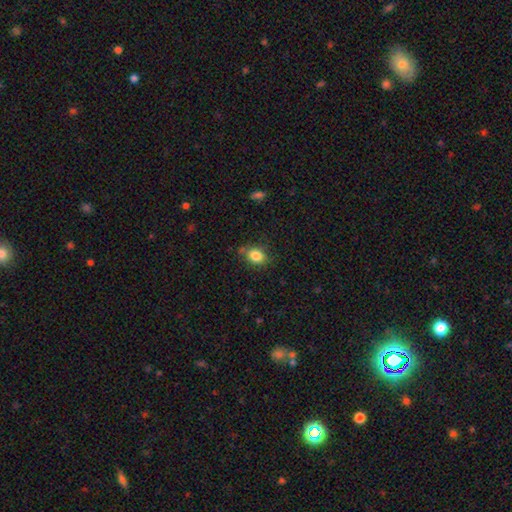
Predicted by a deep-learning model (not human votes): A smooth galaxy with no disk features (84%) that is in between round and cigar-shaped (59%). Merging: none (74%).